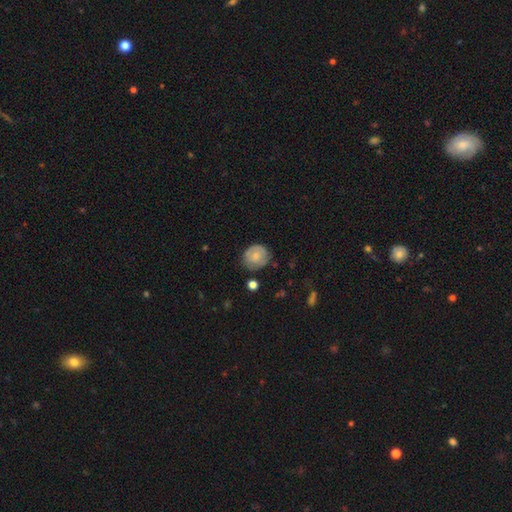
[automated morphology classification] The model was most divided on "smooth or featured": smooth: 62%, featured or disk: 31%, star or artifact: 7%. More confident: how rounded — round (78%); merging — none (71%).